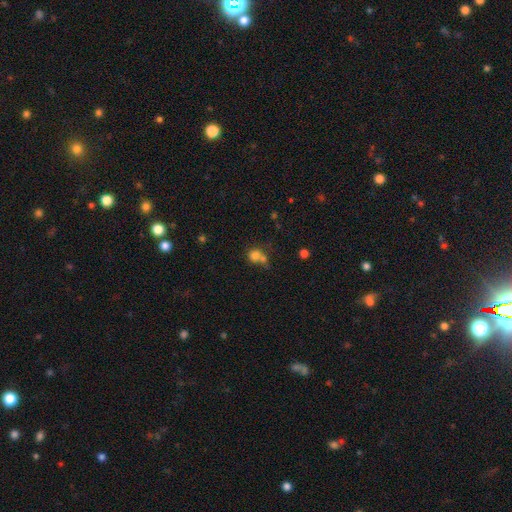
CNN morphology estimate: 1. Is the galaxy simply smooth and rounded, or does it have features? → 76% smooth, 13% star or artifact, 10% featured or disk.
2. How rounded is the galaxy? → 75% round, 24% in between, 1% cigar-shaped.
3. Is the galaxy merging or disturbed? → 45% merger, 36% none, 12% minor disturbance, 8% major disturbance.